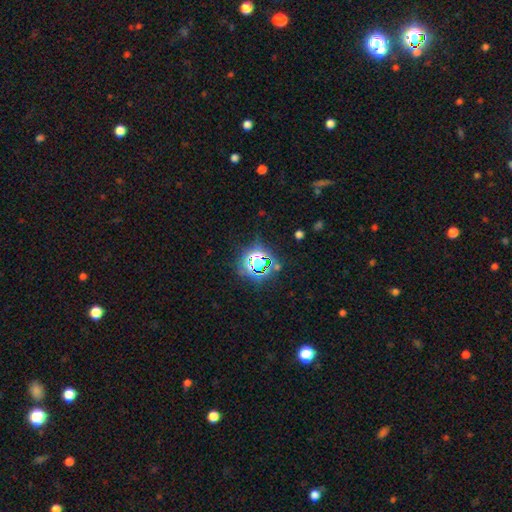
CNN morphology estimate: Smooth or featured?
  - star or artifact: 67% *
  - smooth: 23%
  - featured or disk: 10%